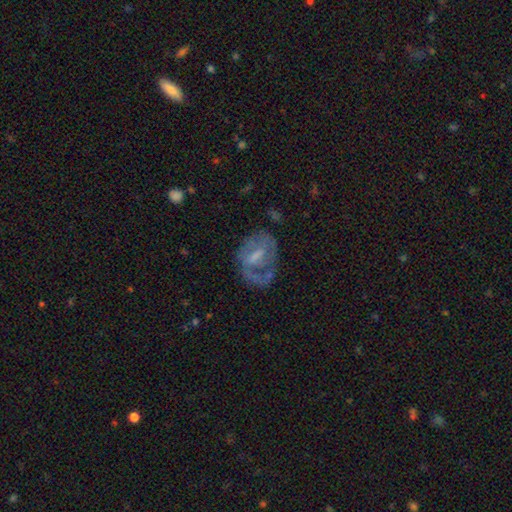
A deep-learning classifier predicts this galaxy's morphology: Overall: featured or disk (61%; smooth 30%). Edge-on disk: no (96%). Bar: weak (46%; no 28%). Spiral arms: yes (53%; no 47%). Bulge size: moderate (34%; none 30%). Merging: none (44%; major disturbance 30%).